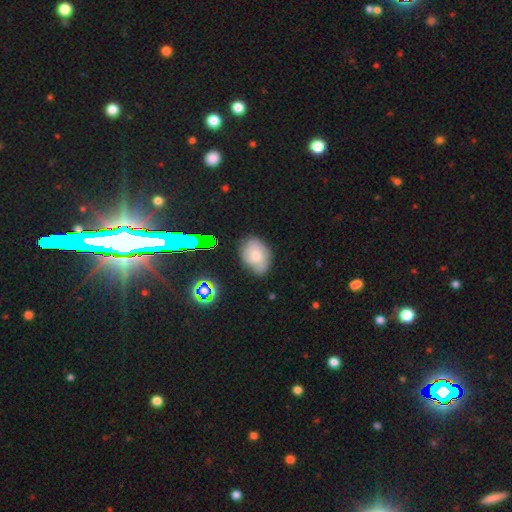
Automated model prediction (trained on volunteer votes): Smooth or featured? Predicted: smooth (p=0.59). How rounded? Predicted: in between (p=0.74). Merging? Predicted: none (p=0.66).